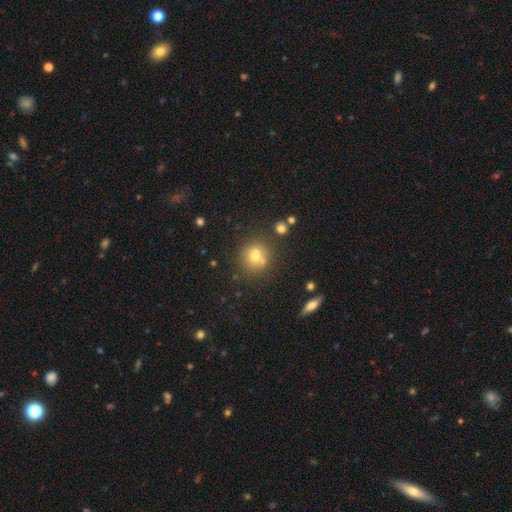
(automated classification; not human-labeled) smooth-or-featured: smooth: 67% | featured or disk: 17% | star or artifact: 16%
  how-rounded: round: 81% | in between: 17% | cigar-shaped: 1%
  merging: none: 60% | merger: 24% | minor disturbance: 12% | major disturbance: 4%